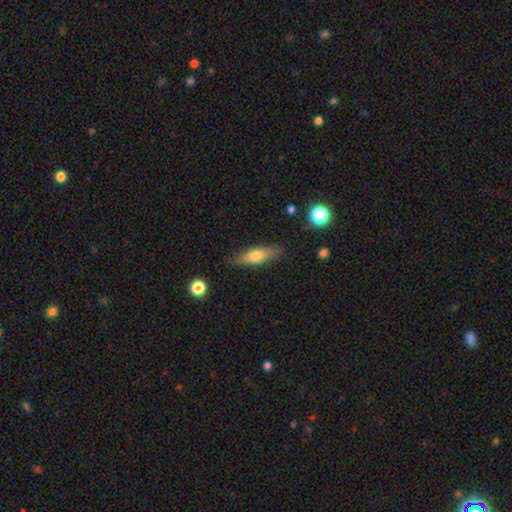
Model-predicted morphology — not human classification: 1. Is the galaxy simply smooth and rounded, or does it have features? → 67% smooth, 26% featured or disk, 7% star or artifact.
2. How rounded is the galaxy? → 57% cigar-shaped, 41% in between, 3% round.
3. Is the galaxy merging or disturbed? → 84% none, 12% minor disturbance, 3% major disturbance, 2% merger.